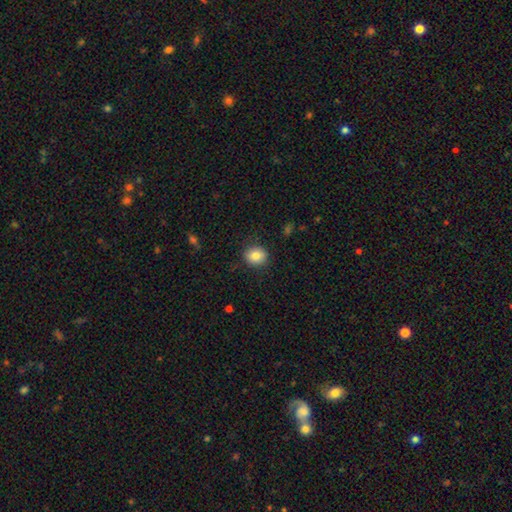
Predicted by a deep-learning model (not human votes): smooth 83%, star or artifact 9%, featured or disk 7%. Down the decision tree: how rounded — round (74%); merging — none (88%).